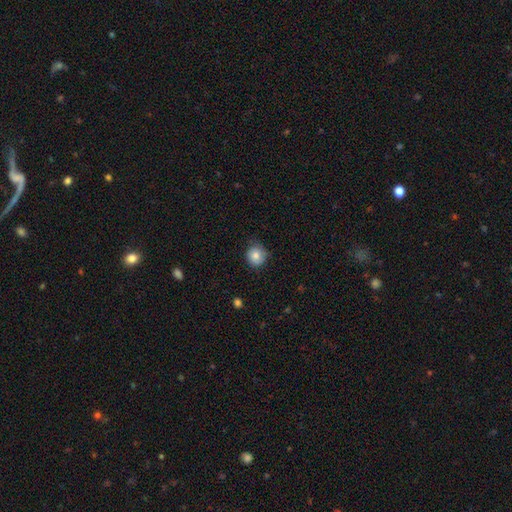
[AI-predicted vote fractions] smooth_or_featured: smooth (p=0.80) [alt: featured or disk p=0.10]
how_rounded: round (p=0.87) [alt: in between p=0.12]
merging: none (p=0.71) [alt: minor disturbance p=0.23]